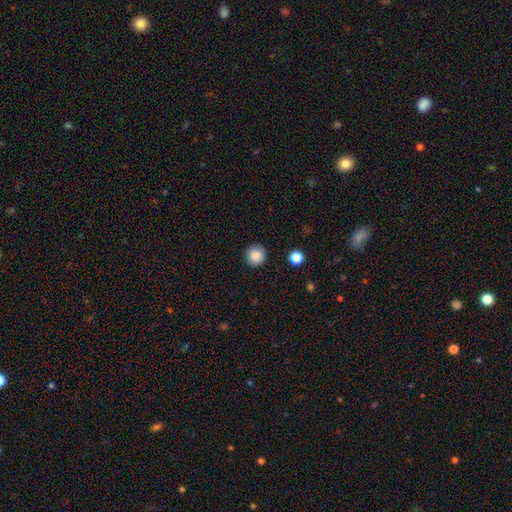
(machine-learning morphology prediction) Smooth or featured?
  - smooth: 86% *
  - star or artifact: 9%
  - featured or disk: 4%
How rounded?
  - round: 96% *
  - in between: 4%
  - cigar-shaped: 1%
Merging?
  - none: 92% *
  - minor disturbance: 5%
  - major disturbance: 2%
  - merger: 1%